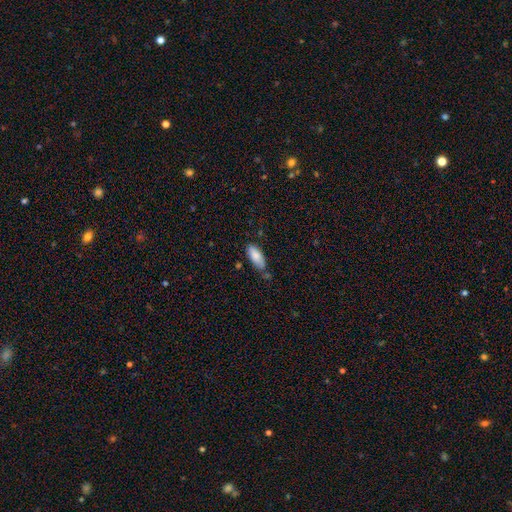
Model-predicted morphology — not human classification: smooth-or-featured: smooth: 83% | featured or disk: 10% | star or artifact: 7%
  how-rounded: in between: 82% | cigar-shaped: 16% | round: 2%
  merging: none: 60% | minor disturbance: 27% | merger: 8% | major disturbance: 5%